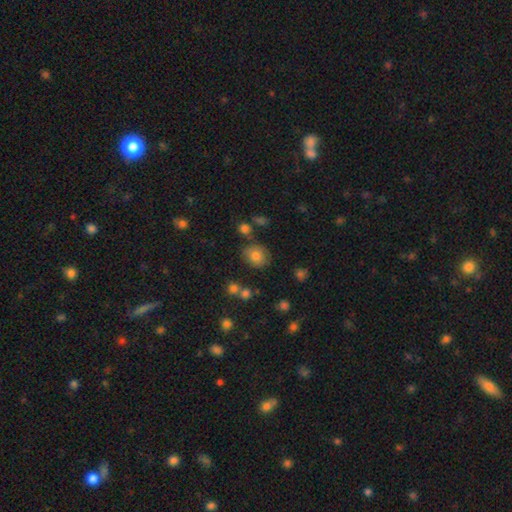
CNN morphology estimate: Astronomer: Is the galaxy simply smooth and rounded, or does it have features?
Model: smooth — 78%.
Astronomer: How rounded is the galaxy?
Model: round — 67%.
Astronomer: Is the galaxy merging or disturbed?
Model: none — 75%.